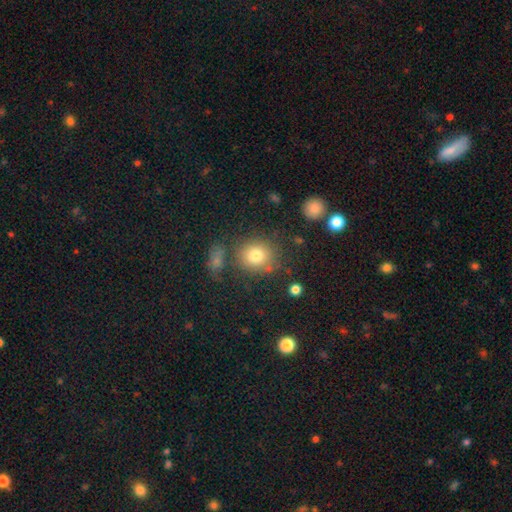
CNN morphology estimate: Overall: smooth (78%). How rounded: round (82%). Merging: none (75%).